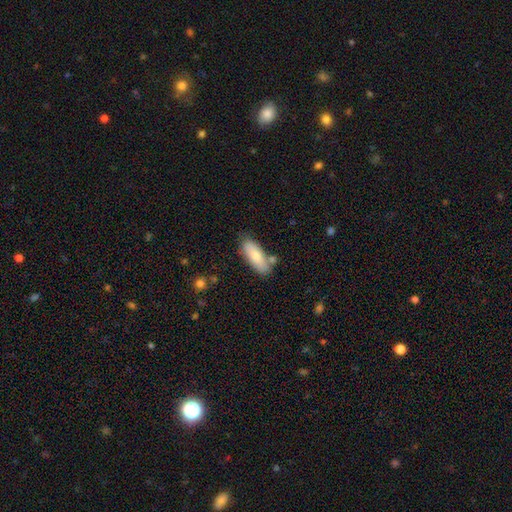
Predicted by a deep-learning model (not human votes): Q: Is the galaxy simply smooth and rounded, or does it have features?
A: smooth — 76%.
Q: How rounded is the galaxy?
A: in between — 72%.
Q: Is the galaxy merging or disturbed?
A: none — 72%.